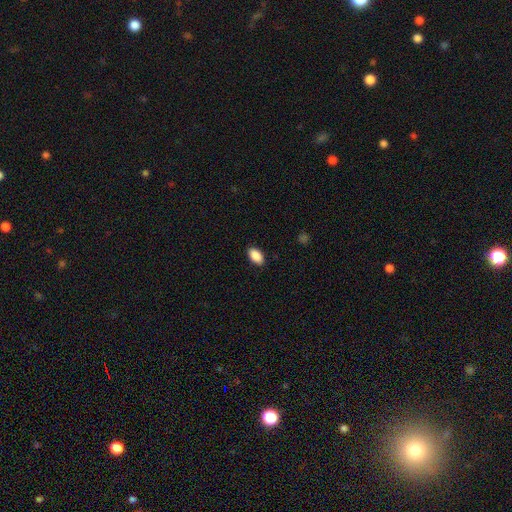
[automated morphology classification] The model was most divided on "merging": none: 88%, minor disturbance: 9%, major disturbance: 2%, merger: 1%. More confident: how rounded — in between (94%); smooth or featured — smooth (90%).